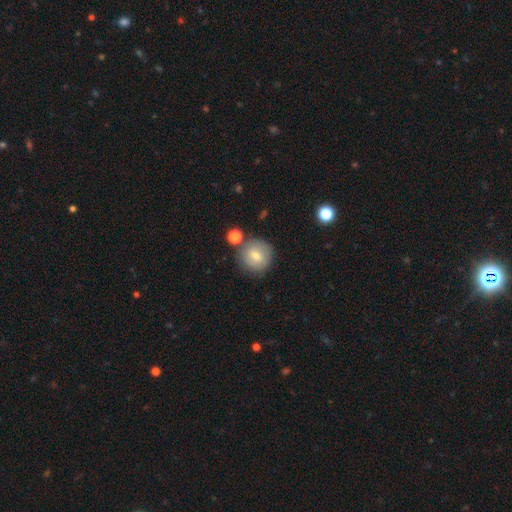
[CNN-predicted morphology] Overall: smooth (73%). How rounded: round (92%). Merging: none (74%).